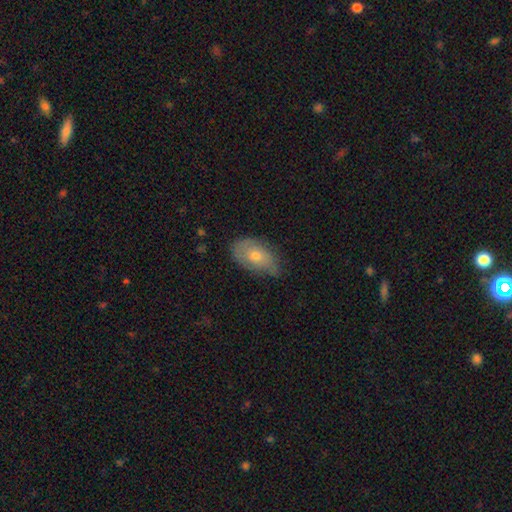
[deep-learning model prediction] smooth_or_featured: smooth (p=0.63) [alt: featured or disk p=0.30]
how_rounded: in between (p=0.90) [alt: round p=0.07]
merging: none (p=0.58) [alt: minor disturbance p=0.34]